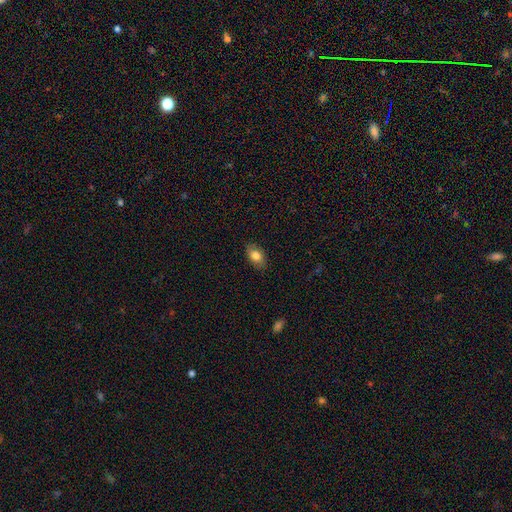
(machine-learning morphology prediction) Smooth or featured? Predicted: smooth (p=0.82). How rounded? Predicted: in between (p=0.88). Merging? Predicted: none (p=0.86).